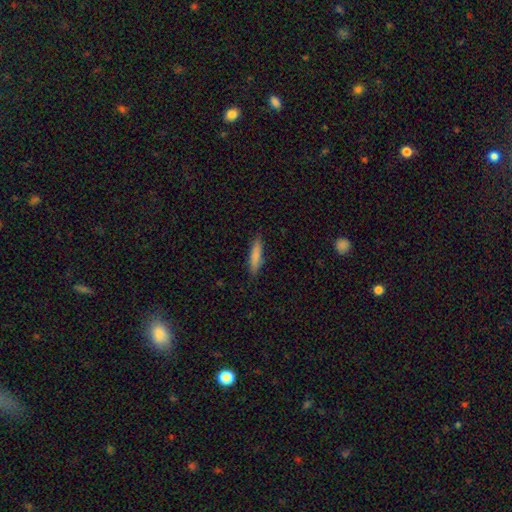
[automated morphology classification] This appears to be a smooth galaxy with no disk features (82%) that is cigar-shaped (81%). Merging: none (87%).